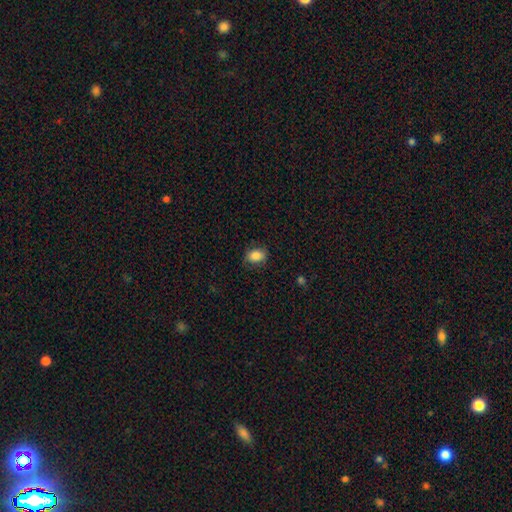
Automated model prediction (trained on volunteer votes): Smooth or featured: smooth — 86% (star or artifact — 8%)
How rounded: in between — 73% (round — 26%)
Merging: none — 81% (minor disturbance — 15%)